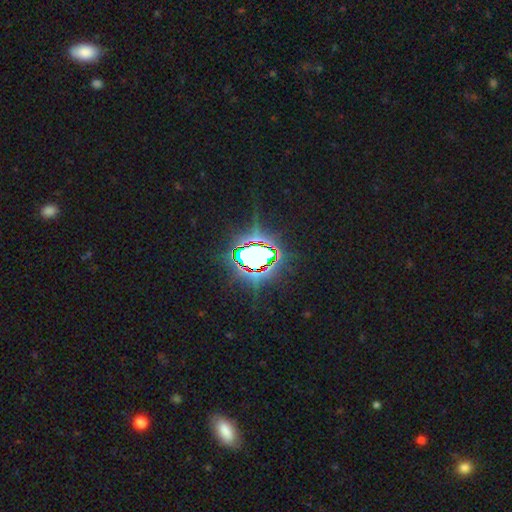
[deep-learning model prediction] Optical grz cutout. It shows a star or artifact, not a galaxy (78%).